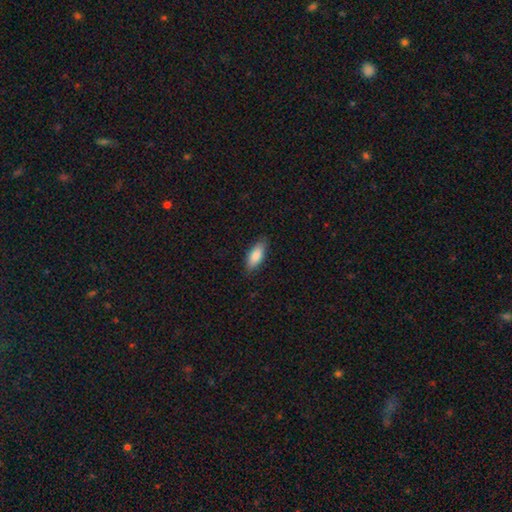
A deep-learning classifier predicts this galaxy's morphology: Smooth or featured: smooth — 86% (featured or disk — 9%)
How rounded: in between — 77% (cigar-shaped — 22%)
Merging: none — 85% (minor disturbance — 12%)